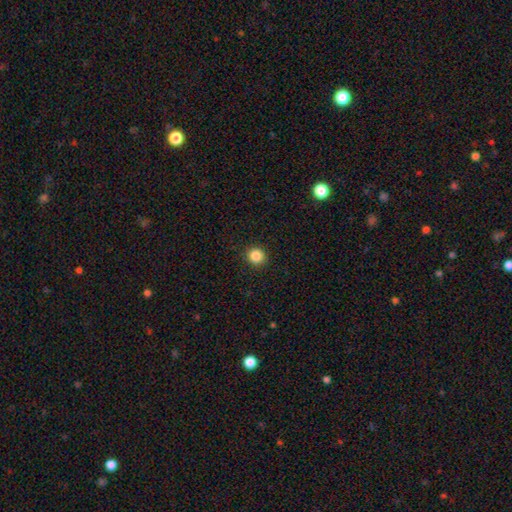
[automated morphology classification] A smooth galaxy with no disk features (86%) that is round (92%).

Vote fractions:
- Smooth or featured? smooth: 86% / star or artifact: 11% / featured or disk: 3%
- How rounded? round: 92% / in between: 7% / cigar-shaped: 1%
- Merging? none: 92% / minor disturbance: 5% / major disturbance: 2% / merger: 1%